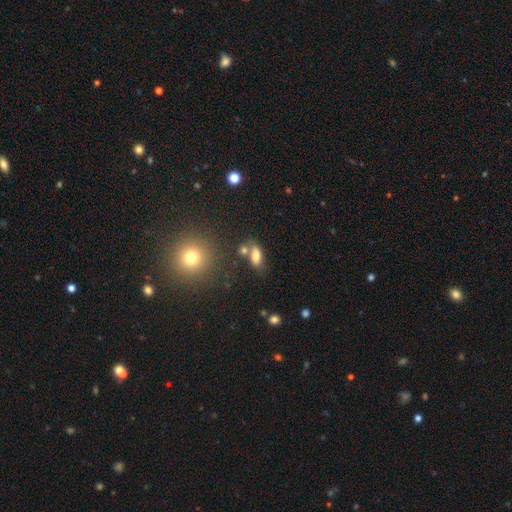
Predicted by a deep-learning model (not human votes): A smooth galaxy with no disk features (78%) that is in between round and cigar-shaped (85%).

Vote fractions:
- Smooth or featured? smooth: 78% / featured or disk: 11% / star or artifact: 11%
- How rounded? in between: 85% / cigar-shaped: 9% / round: 6%
- Merging? none: 55% / merger: 24% / minor disturbance: 15% / major disturbance: 6%